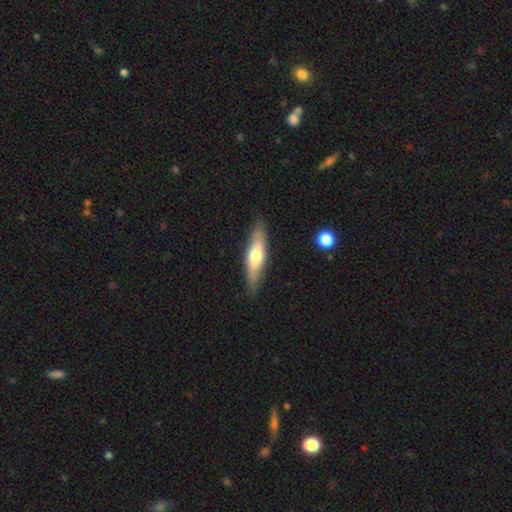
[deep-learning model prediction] This appears to be a smooth galaxy with no disk features (56%) that is cigar-shaped (64%). Merging: none (87%).